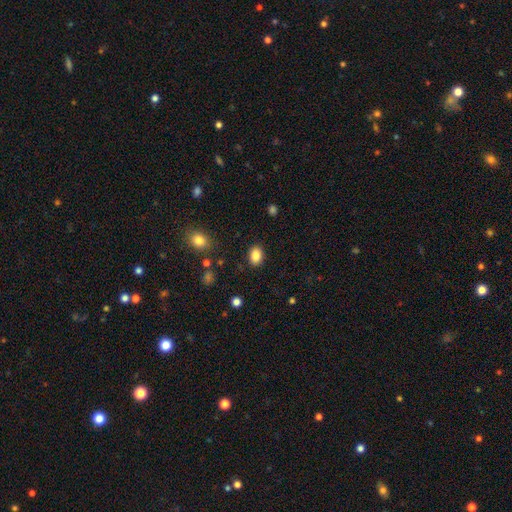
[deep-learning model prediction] smooth-or-featured: smooth: 87% | star or artifact: 9% | featured or disk: 4%
  how-rounded: in between: 73% | round: 26% | cigar-shaped: 1%
  merging: none: 87% | minor disturbance: 9% | major disturbance: 3% | merger: 1%